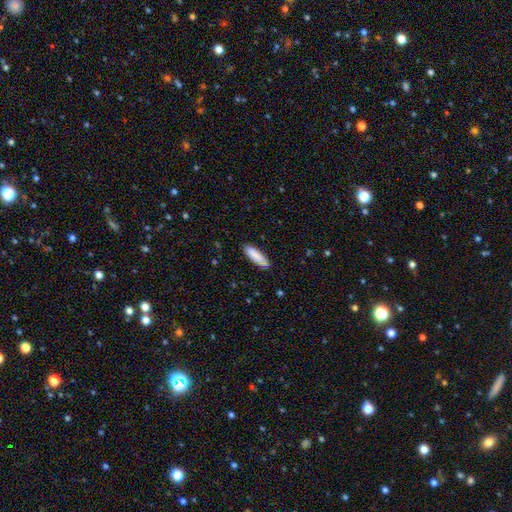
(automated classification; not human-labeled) A smooth galaxy with no disk features (87%) that is cigar-shaped (59%). Merging: none (85%).